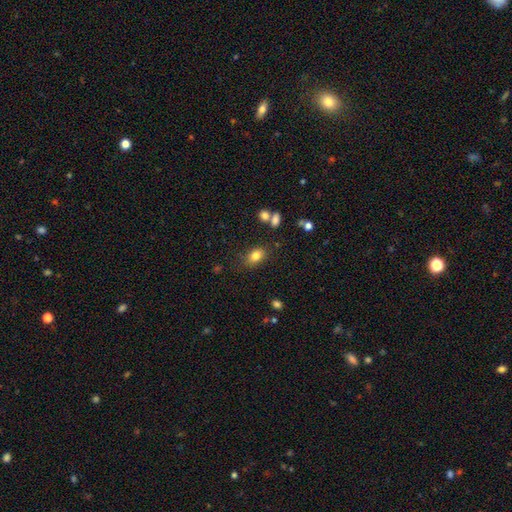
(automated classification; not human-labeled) Smooth or featured: smooth — 81% (star or artifact — 10%)
How rounded: in between — 79% (round — 19%)
Merging: none — 78% (minor disturbance — 14%)